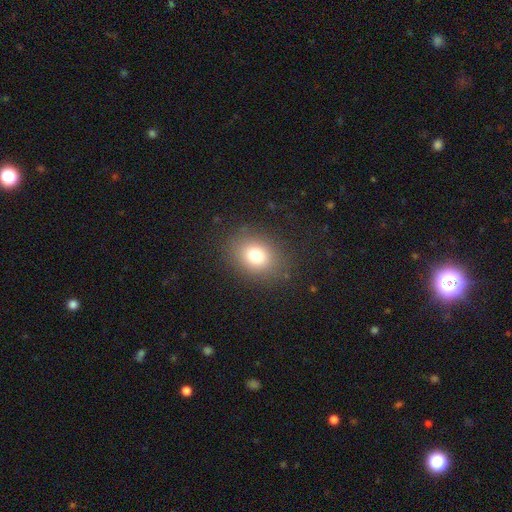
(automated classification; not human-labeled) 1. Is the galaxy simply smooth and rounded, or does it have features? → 76% smooth, 14% star or artifact, 10% featured or disk.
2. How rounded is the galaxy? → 51% in between, 48% round, 1% cigar-shaped.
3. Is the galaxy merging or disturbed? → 85% none, 9% minor disturbance, 5% major disturbance, 1% merger.